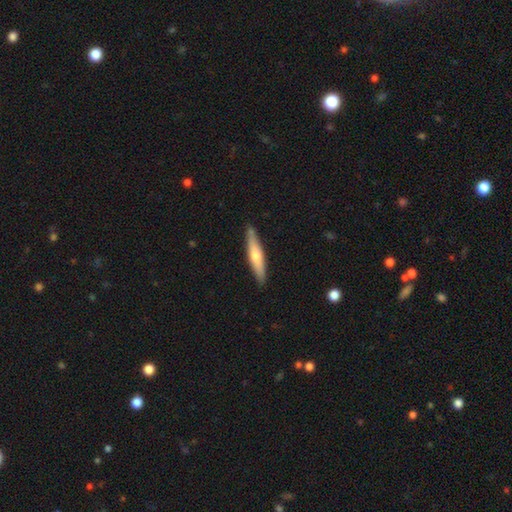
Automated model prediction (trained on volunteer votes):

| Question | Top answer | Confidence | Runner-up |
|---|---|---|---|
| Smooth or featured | smooth | 49% | featured or disk (46%) |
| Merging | none | 88% | minor disturbance (9%) |